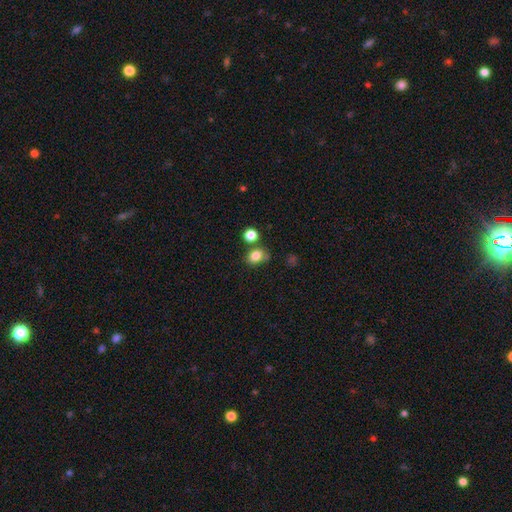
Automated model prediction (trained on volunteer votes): Morphology: type=smooth (82%); roundness=in between (57%); merging=none (64%).